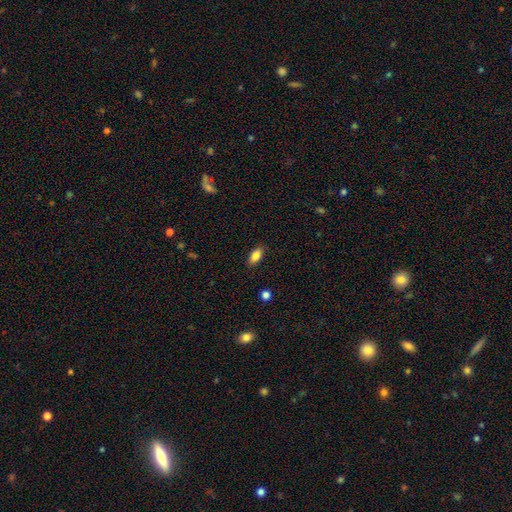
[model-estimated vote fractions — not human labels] This appears to be a smooth galaxy with no disk features (85%) that is in between round and cigar-shaped (88%). Merging: none (86%).